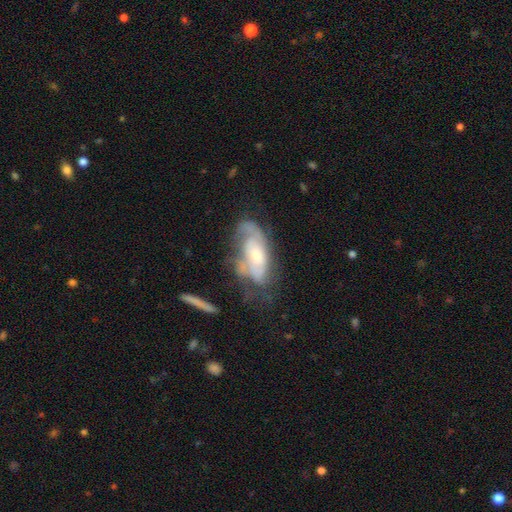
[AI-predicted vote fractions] A featured or disk galaxy (69%) with no bar (70%), tight (45%) spiral arms (80%) and a moderate central bulge (51%). Merging: none (41%).